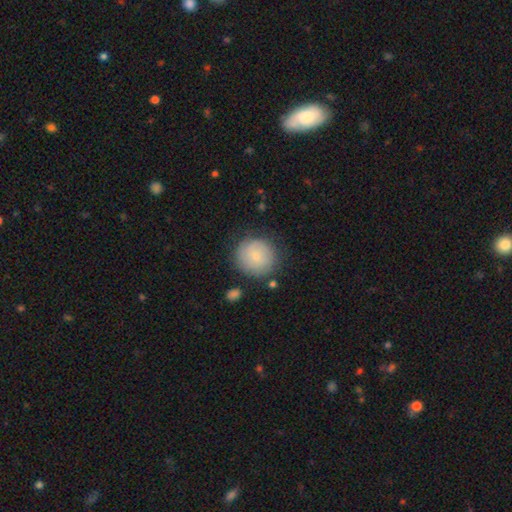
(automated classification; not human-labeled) smooth-or-featured: smooth: 71% | featured or disk: 21% | star or artifact: 7%
  how-rounded: round: 93% | in between: 6% | cigar-shaped: 1%
  merging: none: 77% | minor disturbance: 15% | major disturbance: 5% | merger: 3%